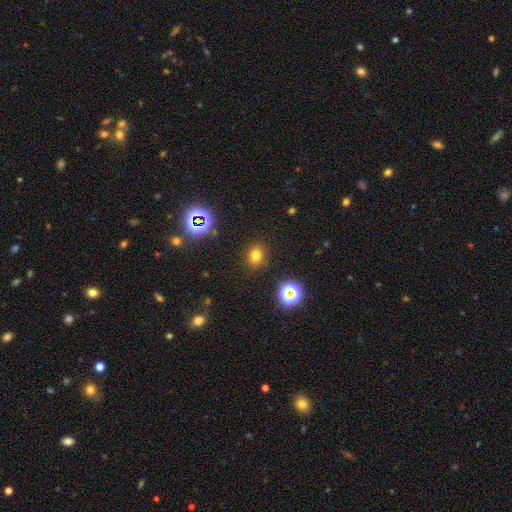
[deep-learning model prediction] This appears to be a smooth galaxy with no disk features (72%) that is round (65%). Merging: none (87%).